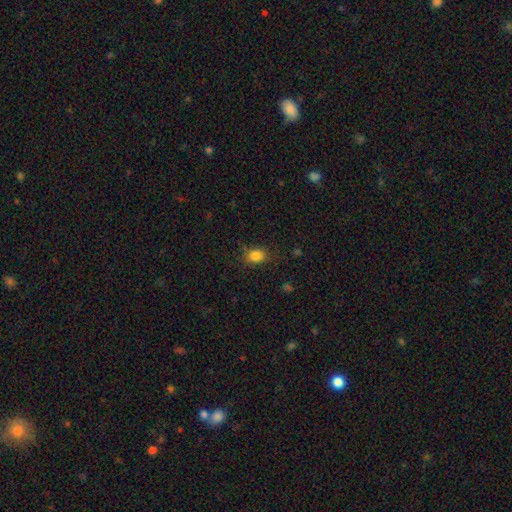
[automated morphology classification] This is clearly a smooth galaxy (83%). How rounded: possibly round (54%). Merging: likely none (77%).